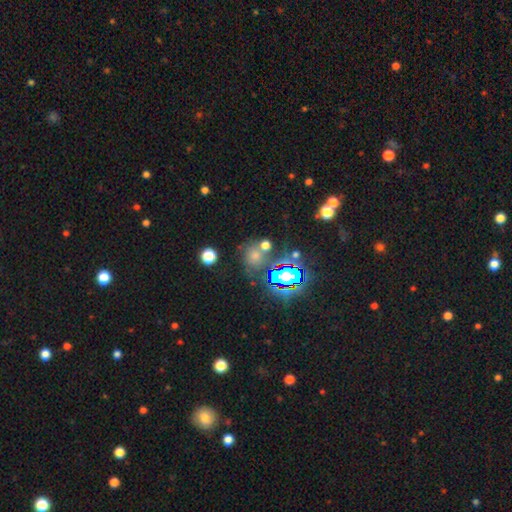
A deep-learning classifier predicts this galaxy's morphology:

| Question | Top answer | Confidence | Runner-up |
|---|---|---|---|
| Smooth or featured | smooth | 51% | star or artifact (37%) |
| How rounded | round | 76% | in between (23%) |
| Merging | none | 59% | merger (19%) |